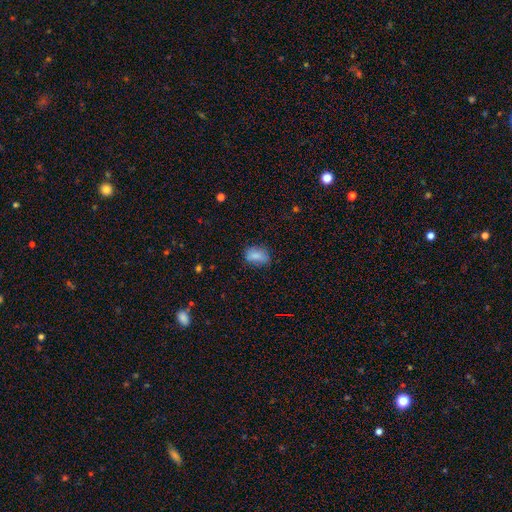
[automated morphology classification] Smooth or featured? smooth (83%)
How rounded? in between (80%)
Merging? none (68%)